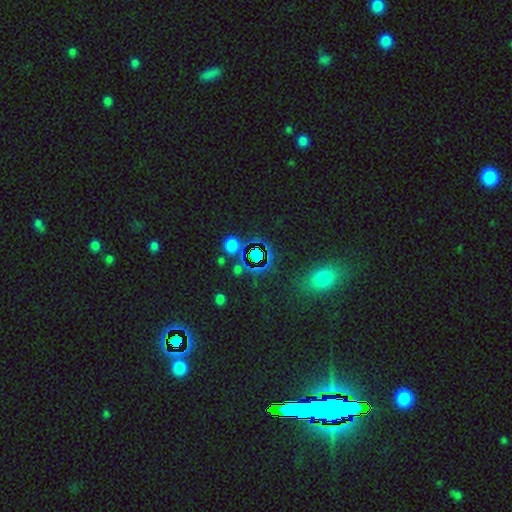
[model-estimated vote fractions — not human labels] Smooth or featured? star or artifact (62%)